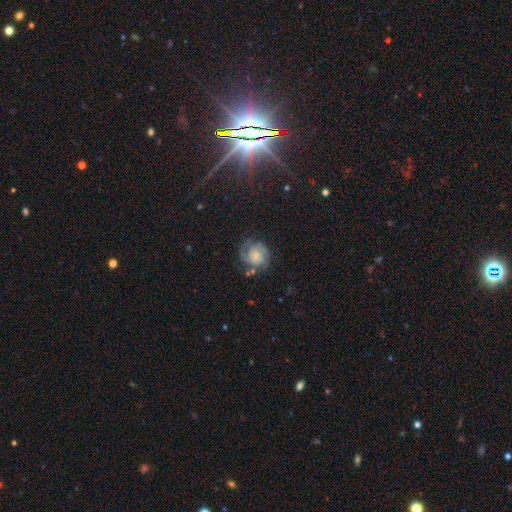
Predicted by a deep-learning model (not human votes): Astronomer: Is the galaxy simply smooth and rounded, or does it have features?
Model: featured or disk — 57% (runner-up: smooth, 33%).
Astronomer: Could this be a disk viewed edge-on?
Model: no — 98%.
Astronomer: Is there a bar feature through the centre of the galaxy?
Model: no — 73%.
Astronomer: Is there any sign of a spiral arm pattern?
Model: yes — 84%.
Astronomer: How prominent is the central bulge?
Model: small — 48%.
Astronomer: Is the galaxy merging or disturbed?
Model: none — 58%.